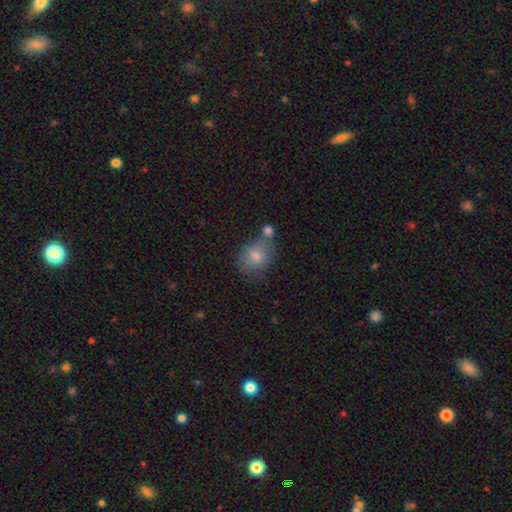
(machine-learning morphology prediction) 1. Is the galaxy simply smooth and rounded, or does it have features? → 75% smooth, 16% featured or disk, 10% star or artifact.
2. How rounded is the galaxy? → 53% round, 46% in between, 1% cigar-shaped.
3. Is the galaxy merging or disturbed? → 52% none, 24% merger, 18% minor disturbance, 6% major disturbance.